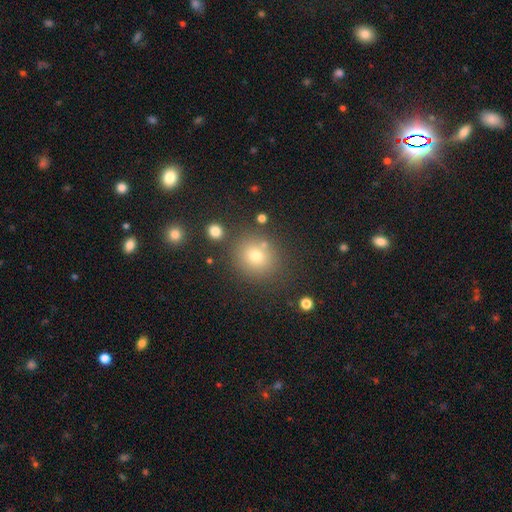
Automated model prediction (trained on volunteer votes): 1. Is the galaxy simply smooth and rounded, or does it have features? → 72% smooth, 18% star or artifact, 10% featured or disk.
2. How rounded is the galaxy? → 85% round, 14% in between, 1% cigar-shaped.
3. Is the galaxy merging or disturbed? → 79% none, 10% minor disturbance, 7% merger, 4% major disturbance.